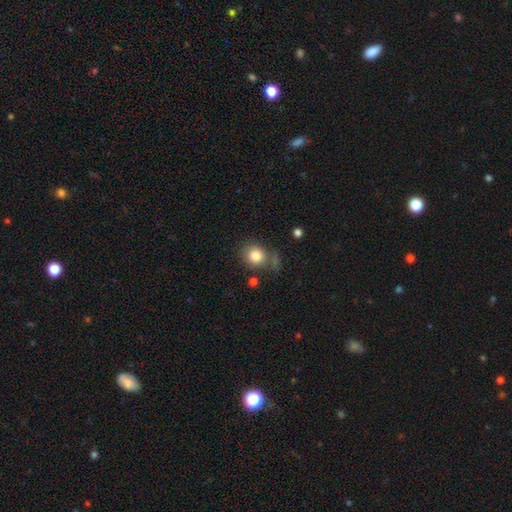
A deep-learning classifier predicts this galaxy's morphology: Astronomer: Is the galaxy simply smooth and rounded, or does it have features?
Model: smooth — 83%.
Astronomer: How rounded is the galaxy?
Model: round — 78%.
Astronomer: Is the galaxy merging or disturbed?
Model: none — 66%.